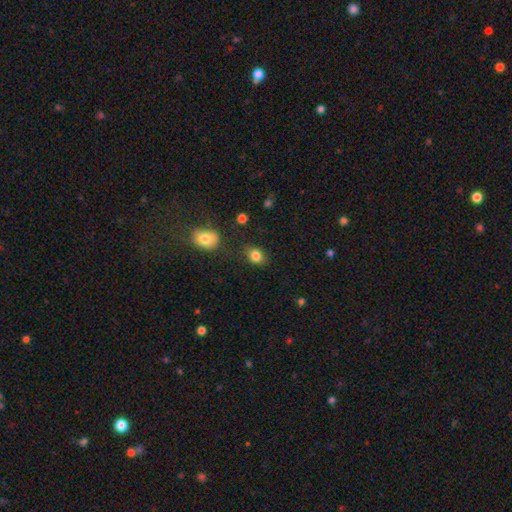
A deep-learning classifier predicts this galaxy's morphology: smooth_or_featured: smooth (p=0.84) [alt: star or artifact p=0.10]
how_rounded: in between (p=0.55) [alt: round p=0.44]
merging: none (p=0.79) [alt: minor disturbance p=0.14]